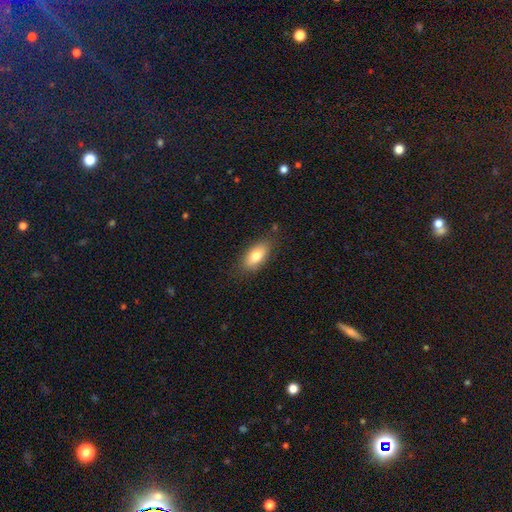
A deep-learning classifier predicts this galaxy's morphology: Smooth or featured: smooth — 76% (featured or disk — 16%)
How rounded: in between — 87% (cigar-shaped — 7%)
Merging: none — 82% (minor disturbance — 14%)